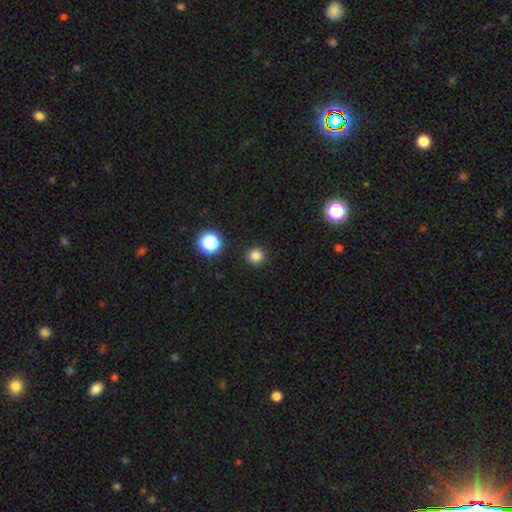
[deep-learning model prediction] Q: Smooth or featured?
A: smooth (82%); runner-up: star or artifact (14%)
Q: How rounded?
A: round (94%); runner-up: in between (5%)
Q: Merging?
A: none (92%); runner-up: minor disturbance (5%)